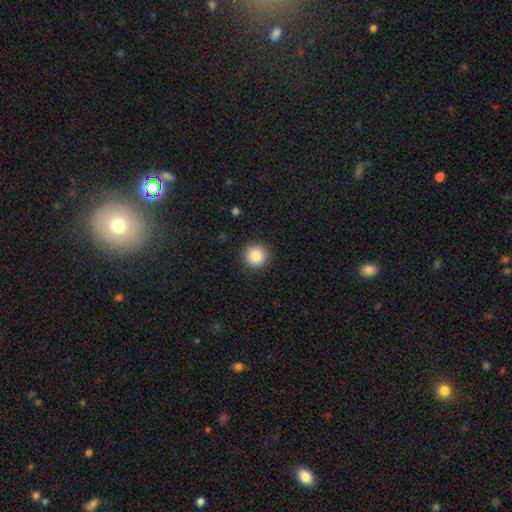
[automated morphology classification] Q: Smooth or featured?
A: smooth (87%); runner-up: star or artifact (9%)
Q: How rounded?
A: round (95%); runner-up: in between (5%)
Q: Merging?
A: none (91%); runner-up: minor disturbance (6%)